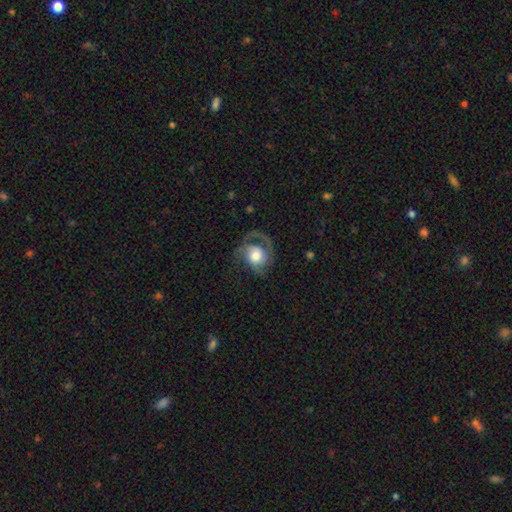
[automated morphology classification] Smooth or featured: featured or disk — 71% (smooth — 22%)
Edge-on disk: no — 98% (yes — 2%)
Bar: no — 75% (weak — 21%)
Spiral arms: yes — 92% (no — 8%)
Spiral winding: medium — 46% (loose — 31%)
Spiral arm count: 2 — 40% (1 — 31%)
Bulge size: moderate — 45% (large — 38%)
Merging: none — 51% (major disturbance — 30%)